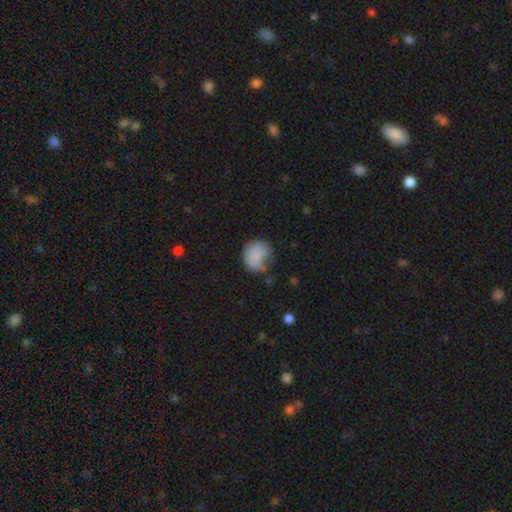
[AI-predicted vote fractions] Q: Smooth or featured?
A: smooth (77%); runner-up: featured or disk (14%)
Q: How rounded?
A: round (74%); runner-up: in between (25%)
Q: Merging?
A: none (40%); runner-up: minor disturbance (34%)